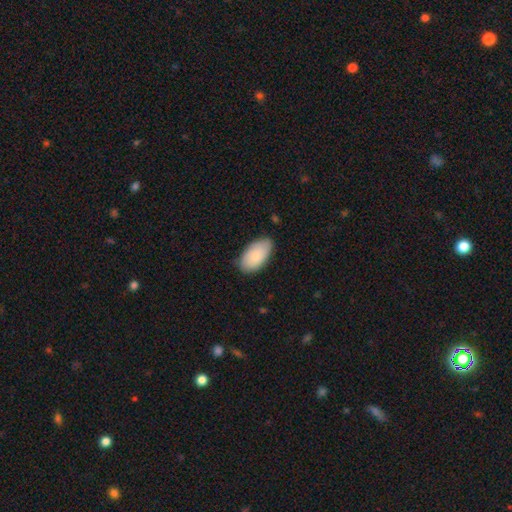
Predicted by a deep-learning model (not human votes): A smooth galaxy with no disk features (86%) that is in between round and cigar-shaped (96%).

Vote fractions:
- Smooth or featured? smooth: 86% / featured or disk: 9% / star or artifact: 6%
- How rounded? in between: 96% / round: 2% / cigar-shaped: 2%
- Merging? none: 79% / minor disturbance: 17% / major disturbance: 3% / merger: 1%